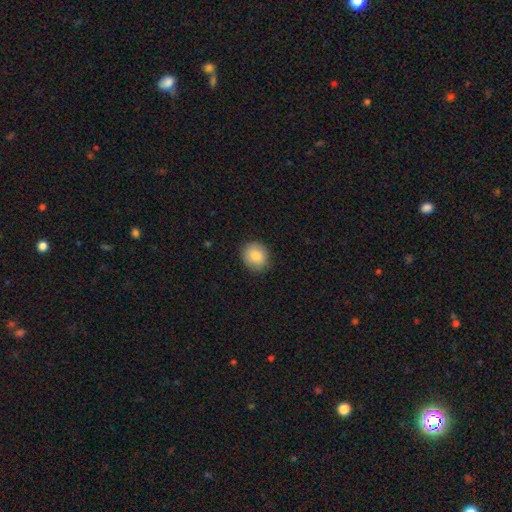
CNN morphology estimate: A smooth galaxy with no disk features (86%) that is round (73%).

Vote fractions:
- Smooth or featured? smooth: 86% / star or artifact: 8% / featured or disk: 6%
- How rounded? round: 73% / in between: 26% / cigar-shaped: 1%
- Merging? none: 85% / minor disturbance: 11% / major disturbance: 3% / merger: 1%